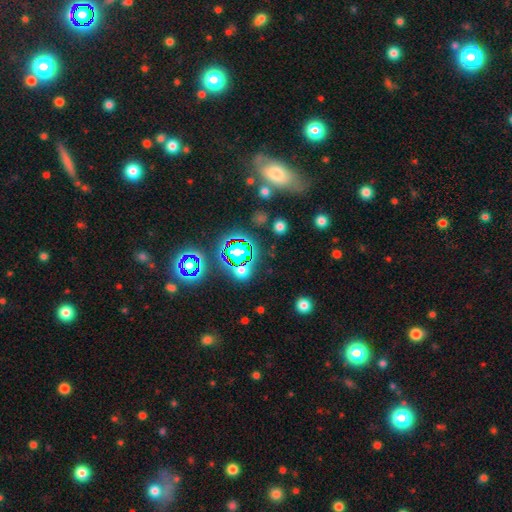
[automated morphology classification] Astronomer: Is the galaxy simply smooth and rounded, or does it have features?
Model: star or artifact — 57%.